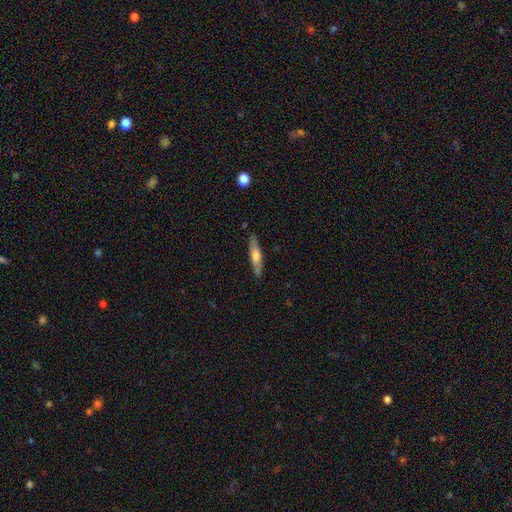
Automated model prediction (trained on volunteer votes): This is possibly a smooth galaxy (51%). How rounded: clearly cigar-shaped (80%). Merging: clearly none (86%).